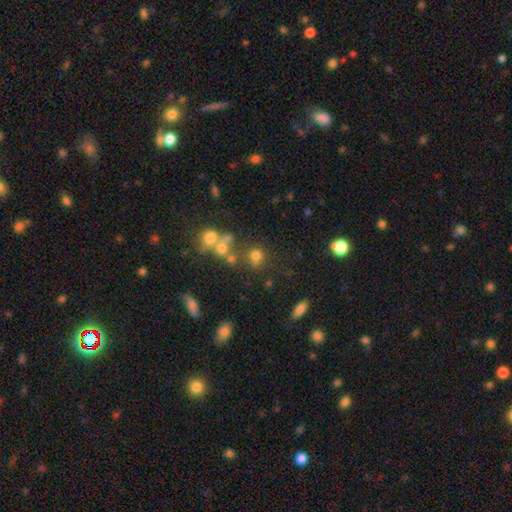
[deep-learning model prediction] smooth 70%, star or artifact 19%, featured or disk 11%. Down the decision tree: how rounded — round (81%); merging — none (58%).